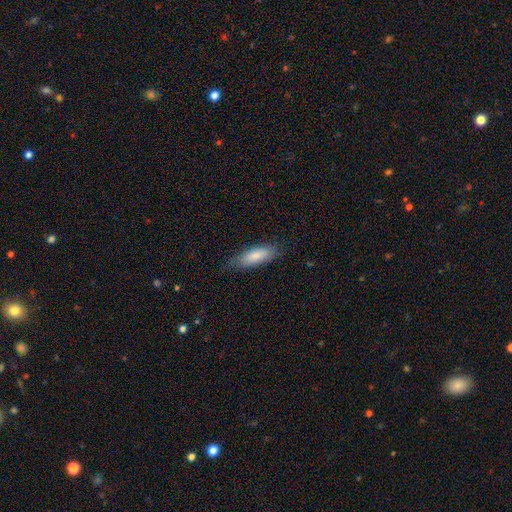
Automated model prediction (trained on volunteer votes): Overall: smooth (83%). How rounded: in between (60%; cigar-shaped 38%). Merging: none (76%).